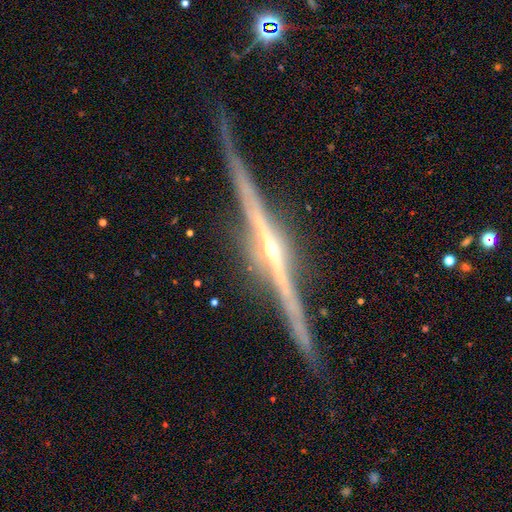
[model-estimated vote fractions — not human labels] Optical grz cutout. It shows a featured or disk galaxy (89%) viewed edge-on (98%) with a rounded central bulge (81%). Merging: none (85%).